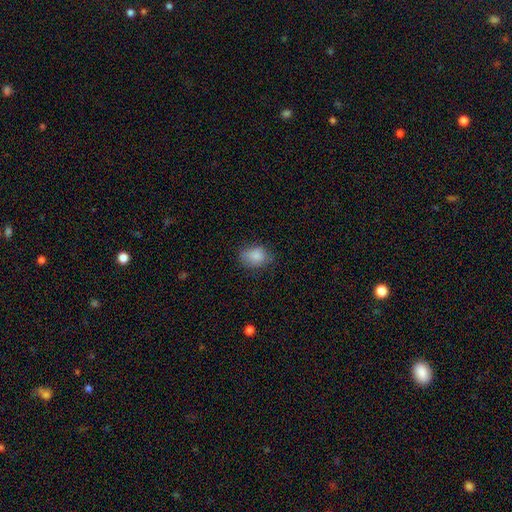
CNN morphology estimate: Smooth or featured?
  - smooth: 84% *
  - star or artifact: 9%
  - featured or disk: 7%
How rounded?
  - in between: 68% *
  - round: 31%
  - cigar-shaped: 1%
Merging?
  - none: 66% *
  - minor disturbance: 26%
  - major disturbance: 7%
  - merger: 1%